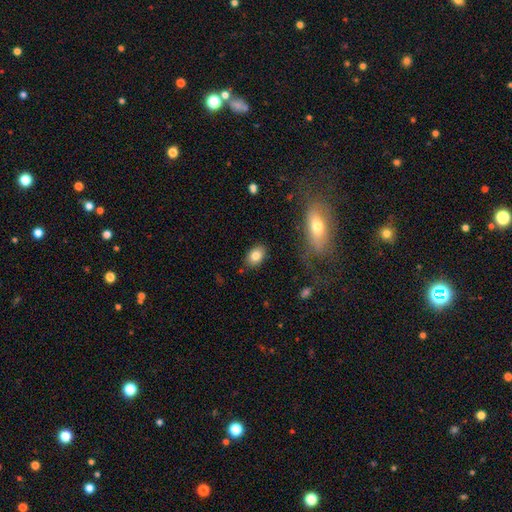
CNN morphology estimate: type=smooth (82%); roundness=in between (79%); merging=none (86%).